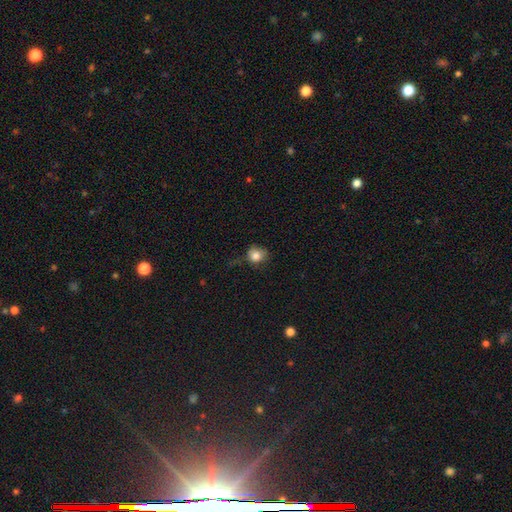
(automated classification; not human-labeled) Smooth or featured?
  - smooth: 80% *
  - star or artifact: 11%
  - featured or disk: 9%
How rounded?
  - round: 72% *
  - in between: 27%
  - cigar-shaped: 1%
Merging?
  - none: 50% *
  - minor disturbance: 32%
  - major disturbance: 15%
  - merger: 3%